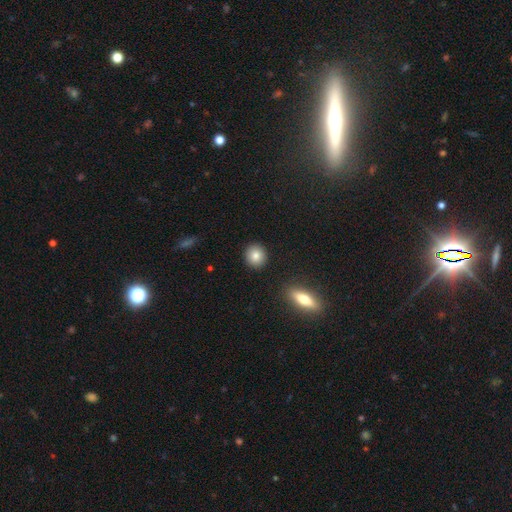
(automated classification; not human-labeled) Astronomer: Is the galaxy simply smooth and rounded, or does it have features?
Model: smooth — 84%.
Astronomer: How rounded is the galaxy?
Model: round — 88%.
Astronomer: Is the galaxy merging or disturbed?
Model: none — 91%.